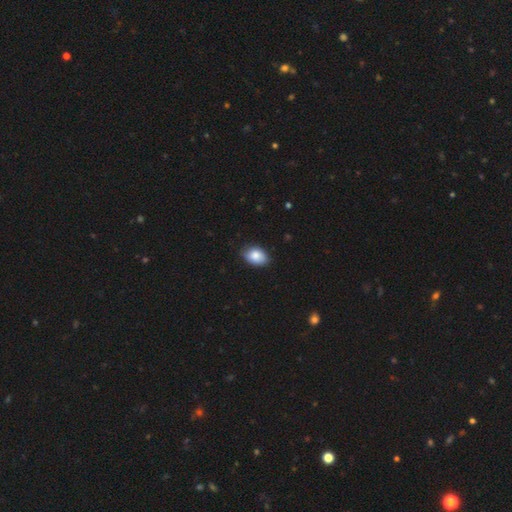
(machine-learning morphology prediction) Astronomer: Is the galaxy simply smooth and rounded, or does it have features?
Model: smooth — 85%.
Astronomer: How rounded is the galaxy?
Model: in between — 86%.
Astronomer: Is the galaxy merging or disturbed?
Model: none — 80%.